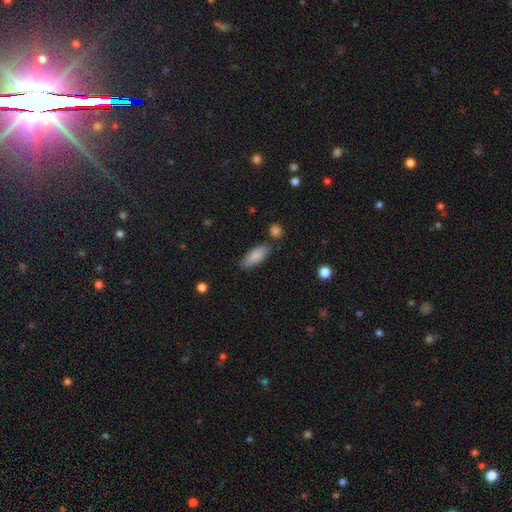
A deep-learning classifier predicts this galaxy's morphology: smooth 85%, featured or disk 9%, star or artifact 6%. Down the decision tree: how rounded — in between (74%); merging — none (78%).